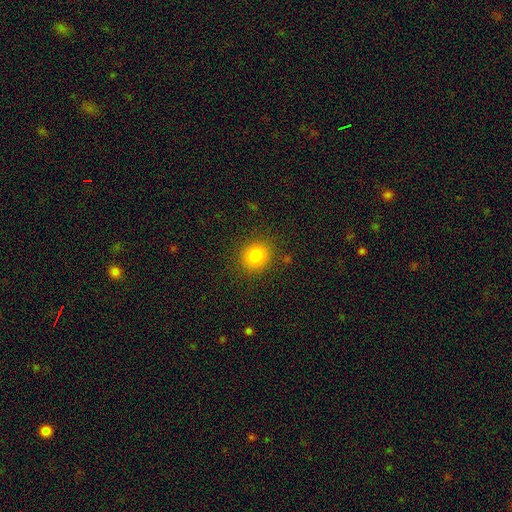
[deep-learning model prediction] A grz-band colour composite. It shows a smooth galaxy with no disk features (81%) that is round (79%). Merging: none (87%).